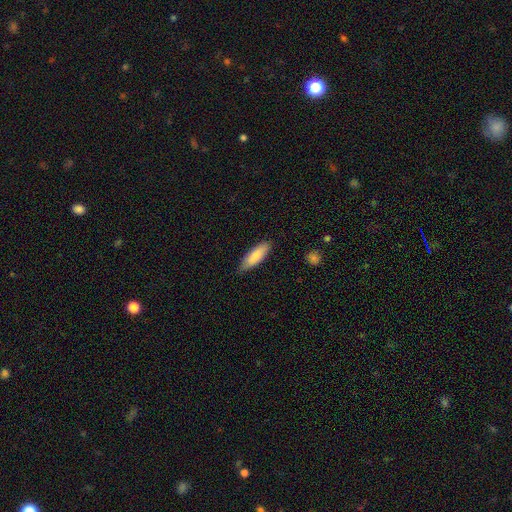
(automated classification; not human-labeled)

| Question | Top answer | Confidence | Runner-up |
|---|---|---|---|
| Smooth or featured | smooth | 82% | featured or disk (12%) |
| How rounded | in between | 56% | cigar-shaped (42%) |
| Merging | none | 82% | minor disturbance (14%) |